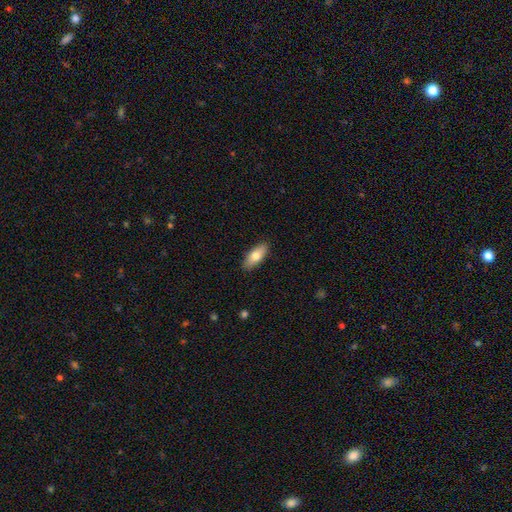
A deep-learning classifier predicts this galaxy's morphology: This is likely a smooth galaxy (76%). How rounded: likely in between (76%). Merging: clearly none (89%).